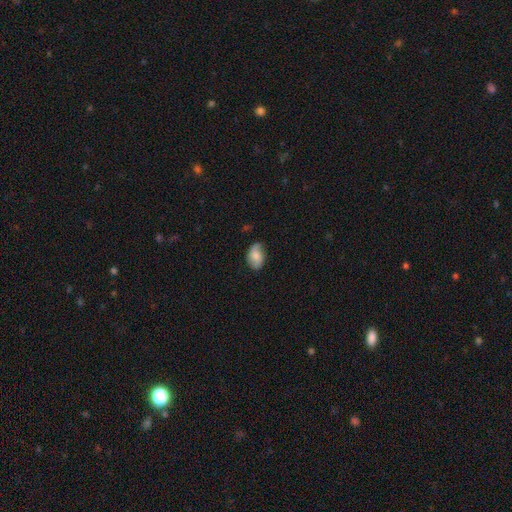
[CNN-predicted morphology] Smooth or featured: smooth — 67% (featured or disk — 25%)
How rounded: in between — 83% (round — 16%)
Merging: none — 65% (minor disturbance — 27%)